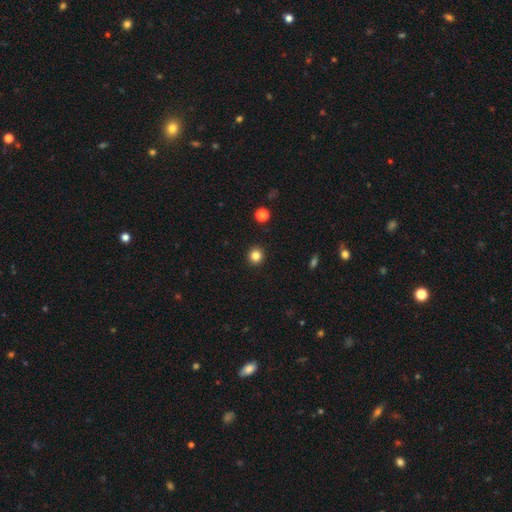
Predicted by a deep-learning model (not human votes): This appears to be a smooth galaxy with no disk features (84%) that is round (92%). Merging: none (92%).